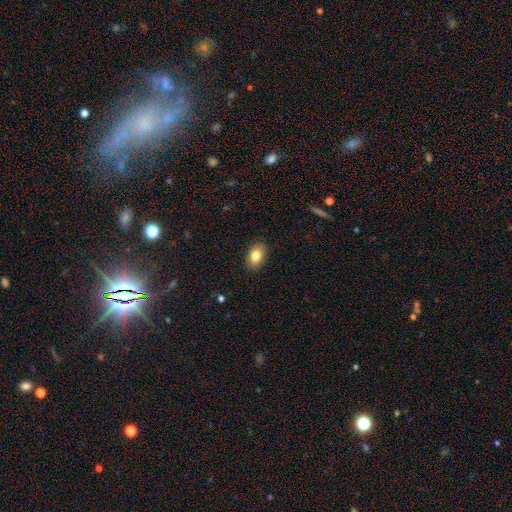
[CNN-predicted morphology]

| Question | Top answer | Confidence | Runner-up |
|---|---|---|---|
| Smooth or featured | smooth | 84% | featured or disk (8%) |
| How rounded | in between | 87% | round (12%) |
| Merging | none | 89% | minor disturbance (8%) |